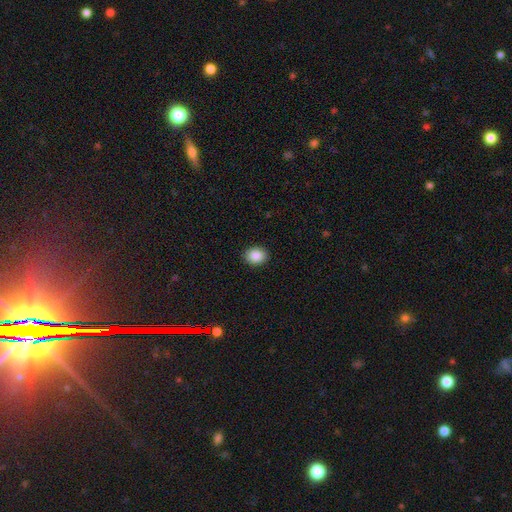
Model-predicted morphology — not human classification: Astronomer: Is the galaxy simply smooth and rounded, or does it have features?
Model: smooth — 87%.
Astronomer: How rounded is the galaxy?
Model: in between — 52% (runner-up: round, 47%).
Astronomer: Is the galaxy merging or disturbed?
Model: none — 90%.